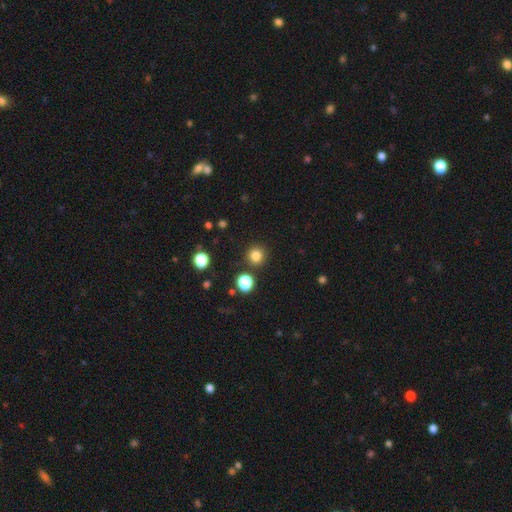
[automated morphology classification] type=smooth (82%); roundness=round (94%); merging=none (89%).